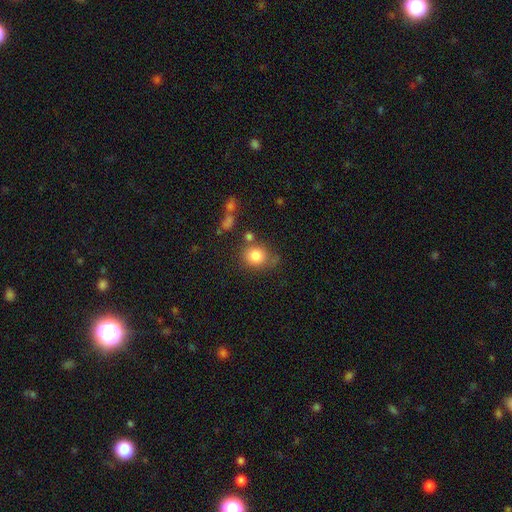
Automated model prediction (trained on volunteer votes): smooth-or-featured: smooth: 82% | star or artifact: 10% | featured or disk: 8%
  how-rounded: round: 74% | in between: 25% | cigar-shaped: 1%
  merging: none: 64% | minor disturbance: 18% | merger: 11% | major disturbance: 7%